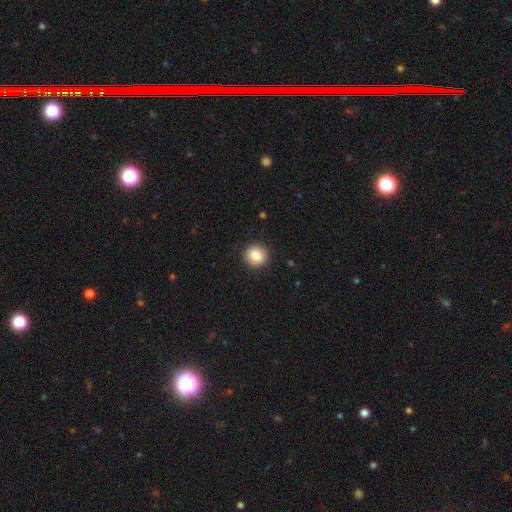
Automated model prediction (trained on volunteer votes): This is clearly a smooth galaxy (84%). How rounded: clearly round (87%). Merging: clearly none (89%).